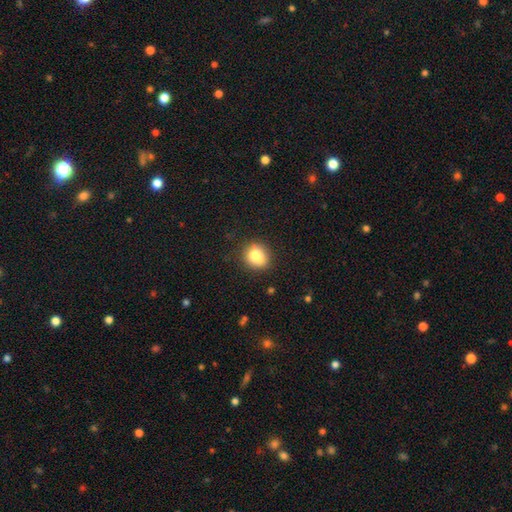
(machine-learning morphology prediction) This appears to be a smooth galaxy with no disk features (81%) that is round (63%). Merging: none (72%).